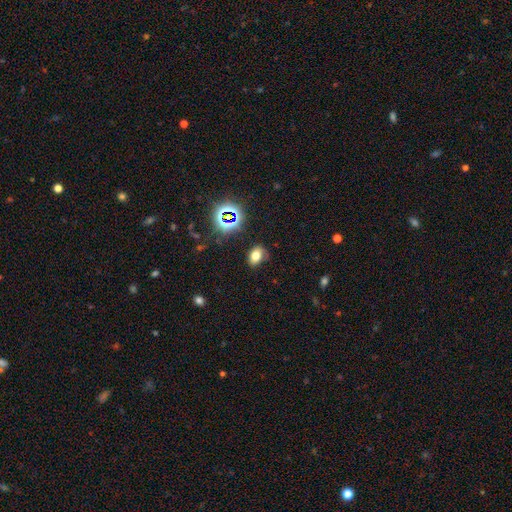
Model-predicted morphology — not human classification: type=smooth (66%); roundness=in between (78%); merging=none (72%).